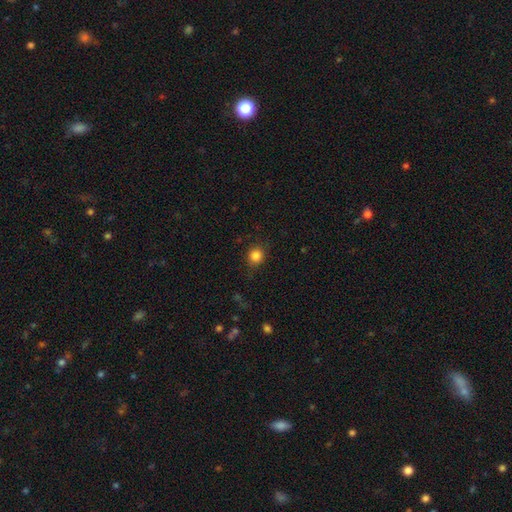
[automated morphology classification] This appears to be a smooth galaxy with no disk features (84%) that is round (88%). Merging: none (83%).